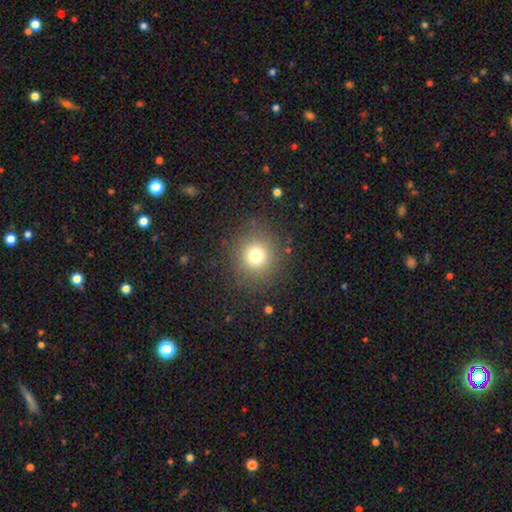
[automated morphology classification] smooth_or_featured: smooth (p=0.75) [alt: star or artifact p=0.16]
how_rounded: round (p=0.92) [alt: in between p=0.07]
merging: none (p=0.86) [alt: minor disturbance p=0.08]